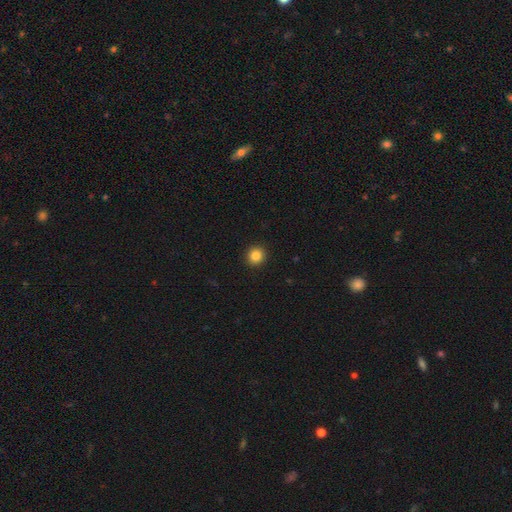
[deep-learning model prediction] This is clearly a smooth galaxy (85%). How rounded: clearly round (92%). Merging: clearly none (93%).